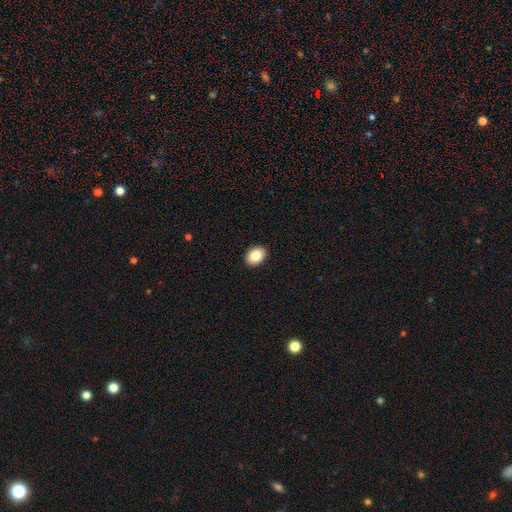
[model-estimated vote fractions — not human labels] smooth-or-featured: smooth: 86% | star or artifact: 8% | featured or disk: 7%
  how-rounded: in between: 73% | round: 26% | cigar-shaped: 1%
  merging: none: 91% | minor disturbance: 6% | major disturbance: 2% | merger: 1%